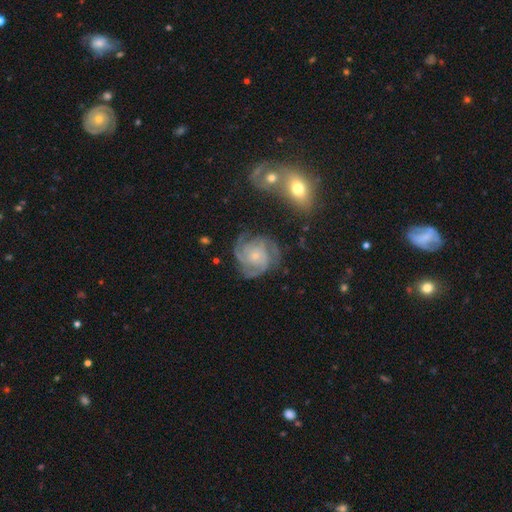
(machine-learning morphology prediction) This is clearly a featured or disk galaxy (86%). It is clearly not viewed edge-on (98%). Bar: likely no (80%). Spiral arm pattern: clearly yes (97%). Spiral arm count: marginally 3 (43%). Spiral winding: possibly tight (60%). Central bulge: likely small (78%). Merging: likely none (70%).